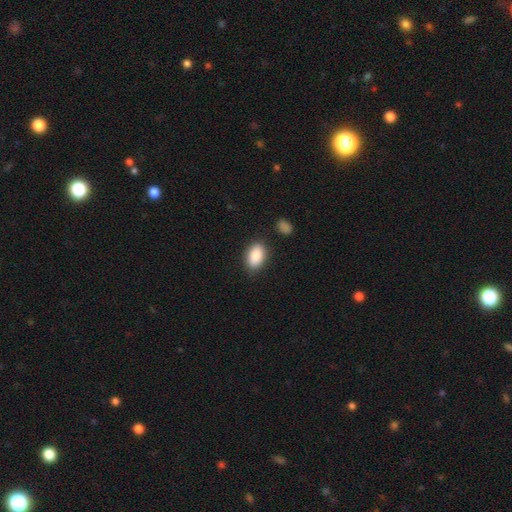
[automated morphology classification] Smooth or featured?
  - smooth: 88% *
  - star or artifact: 7%
  - featured or disk: 5%
How rounded?
  - in between: 90% *
  - round: 8%
  - cigar-shaped: 2%
Merging?
  - none: 83% *
  - minor disturbance: 11%
  - major disturbance: 3%
  - merger: 3%